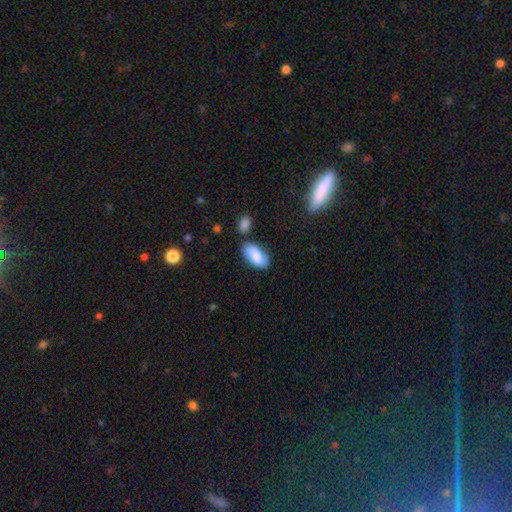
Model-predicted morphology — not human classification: Overall: smooth (71%). How rounded: in between (92%). Merging: none (67%).